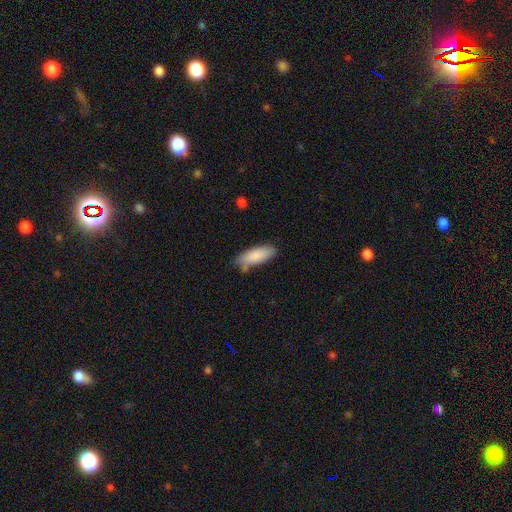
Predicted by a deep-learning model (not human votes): Smooth or featured? Predicted: smooth (p=0.86). How rounded? Predicted: in between (p=0.74). Merging? Predicted: none (p=0.68).